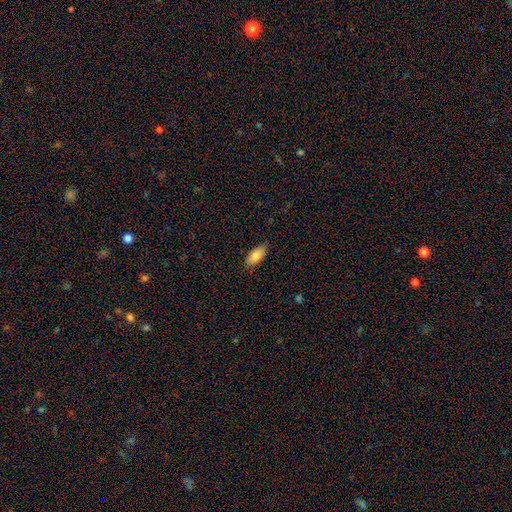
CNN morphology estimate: Smooth or featured? smooth (82%)
How rounded? in between (89%)
Merging? none (80%)